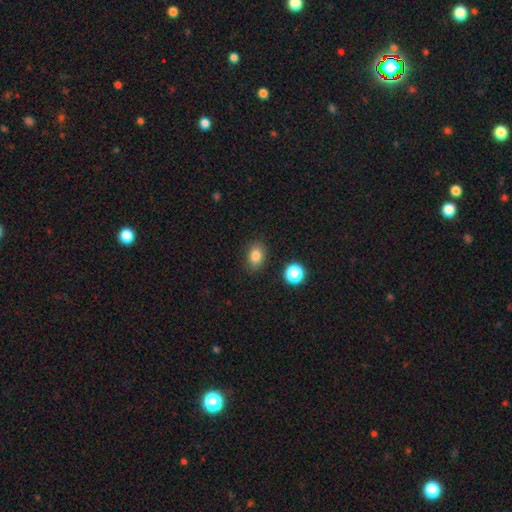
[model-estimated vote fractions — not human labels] A smooth galaxy with no disk features (83%) that is in between round and cigar-shaped (69%).

Vote fractions:
- Smooth or featured? smooth: 83% / star or artifact: 11% / featured or disk: 6%
- How rounded? in between: 69% / round: 30% / cigar-shaped: 1%
- Merging? none: 84% / minor disturbance: 11% / major disturbance: 3% / merger: 2%